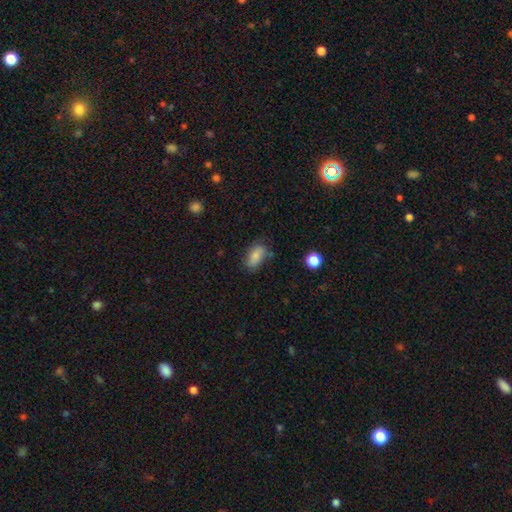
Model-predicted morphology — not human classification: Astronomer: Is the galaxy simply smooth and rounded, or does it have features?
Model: smooth — 83%.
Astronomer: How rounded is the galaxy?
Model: in between — 90%.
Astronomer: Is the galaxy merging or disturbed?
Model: none — 66%.